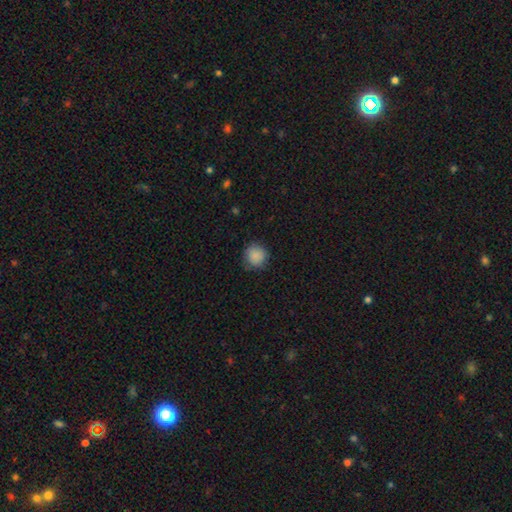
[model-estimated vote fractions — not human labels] This is clearly a smooth galaxy (87%). How rounded: clearly round (91%). Merging: clearly none (82%).